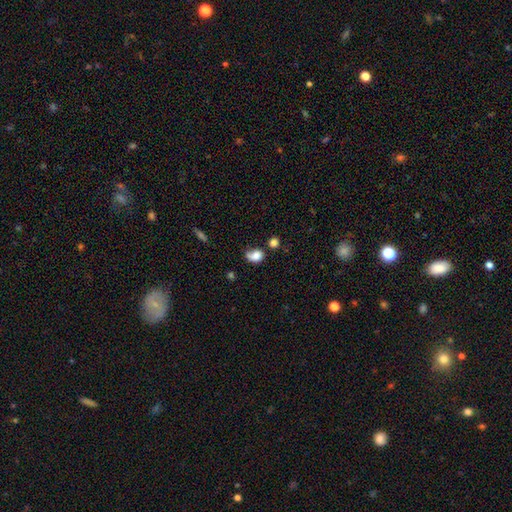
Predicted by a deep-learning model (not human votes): smooth-or-featured: smooth: 73% | featured or disk: 17% | star or artifact: 10%
  how-rounded: in between: 55% | round: 43% | cigar-shaped: 2%
  merging: none: 33% | minor disturbance: 27% | major disturbance: 23% | merger: 17%